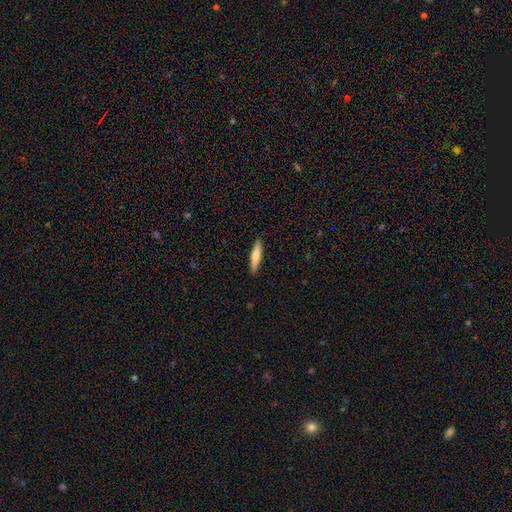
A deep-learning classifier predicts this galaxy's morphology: Q: Smooth or featured?
A: smooth (64%); runner-up: featured or disk (31%)
Q: How rounded?
A: cigar-shaped (88%); runner-up: in between (11%)
Q: Merging?
A: none (91%); runner-up: minor disturbance (7%)